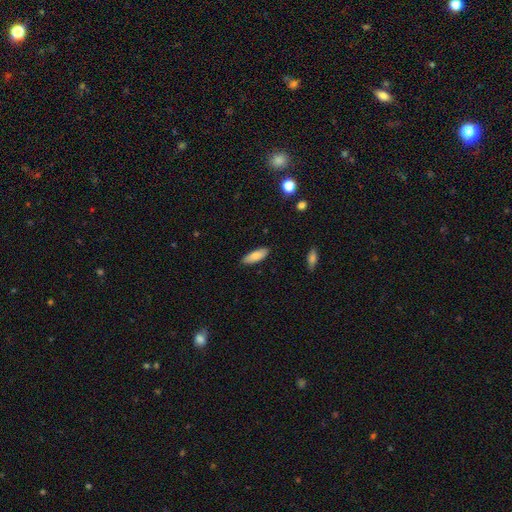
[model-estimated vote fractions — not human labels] smooth_or_featured: smooth (p=0.83) [alt: featured or disk p=0.11]
how_rounded: in between (p=0.64) [alt: cigar-shaped p=0.34]
merging: none (p=0.87) [alt: minor disturbance p=0.10]